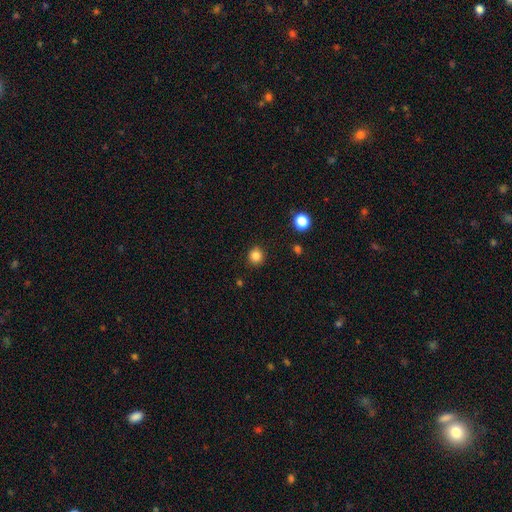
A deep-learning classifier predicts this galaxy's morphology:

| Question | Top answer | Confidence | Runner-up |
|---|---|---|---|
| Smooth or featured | smooth | 84% | star or artifact (12%) |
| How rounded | round | 91% | in between (8%) |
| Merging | none | 91% | minor disturbance (6%) |